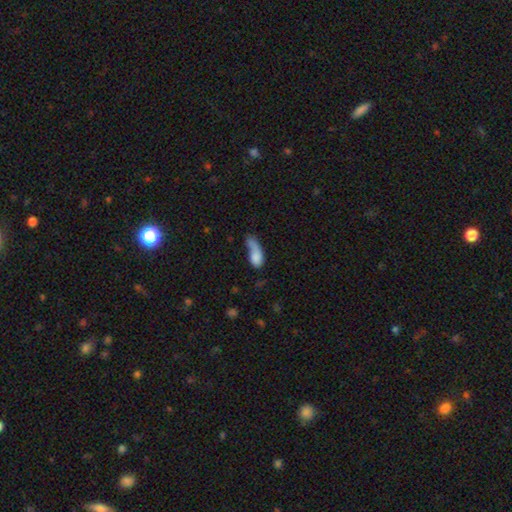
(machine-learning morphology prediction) A smooth galaxy with no disk features (73%) that is in between round and cigar-shaped (72%).

Vote fractions:
- Smooth or featured? smooth: 73% / featured or disk: 18% / star or artifact: 9%
- How rounded? in between: 72% / cigar-shaped: 18% / round: 10%
- Merging? major disturbance: 30% / merger: 28% / none: 23% / minor disturbance: 18%